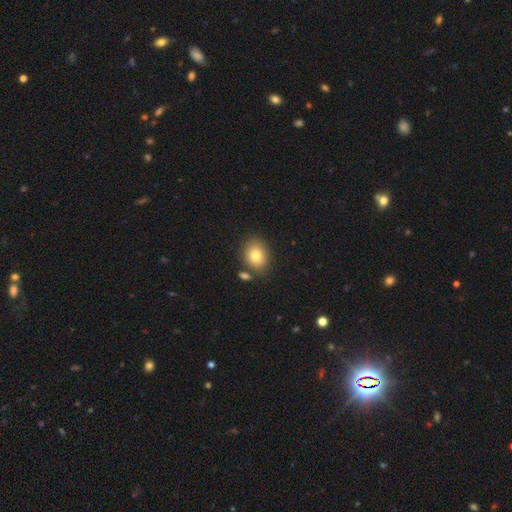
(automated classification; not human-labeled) The model was most divided on "how rounded": in between: 57%, round: 42%, cigar-shaped: 1%. More confident: smooth or featured — smooth (82%); merging — none (74%).